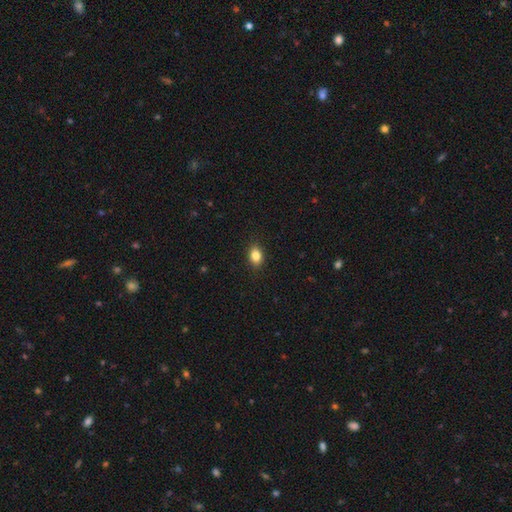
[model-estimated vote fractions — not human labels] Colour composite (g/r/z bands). It shows a smooth galaxy with no disk features (84%) that is in between round and cigar-shaped (75%). Merging: none (88%).